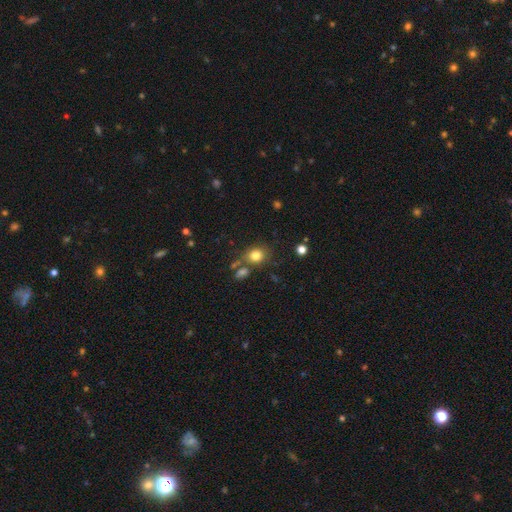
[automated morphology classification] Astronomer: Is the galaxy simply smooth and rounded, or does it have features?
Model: smooth — 80%.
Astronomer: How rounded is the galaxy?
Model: round — 68%.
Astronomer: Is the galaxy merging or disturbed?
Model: none — 70%.